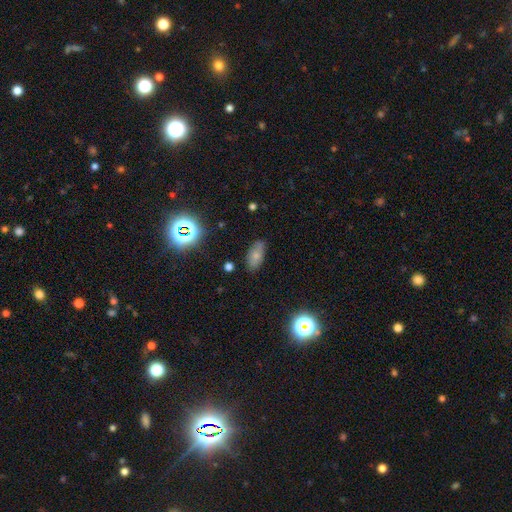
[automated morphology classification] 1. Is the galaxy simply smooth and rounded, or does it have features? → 71% smooth, 15% featured or disk, 15% star or artifact.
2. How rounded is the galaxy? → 90% in between, 5% cigar-shaped, 5% round.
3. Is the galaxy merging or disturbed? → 78% none, 17% minor disturbance, 3% major disturbance, 2% merger.